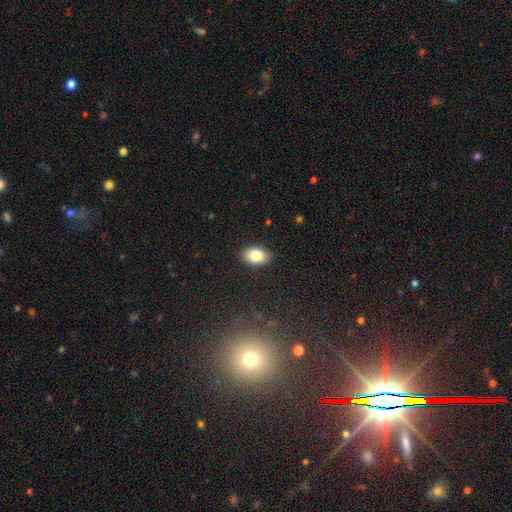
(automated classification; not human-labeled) A smooth galaxy with no disk features (82%) that is in between round and cigar-shaped (89%).

Vote fractions:
- Smooth or featured? smooth: 82% / featured or disk: 10% / star or artifact: 8%
- How rounded? in between: 89% / round: 9% / cigar-shaped: 1%
- Merging? none: 89% / minor disturbance: 8% / major disturbance: 2% / merger: 1%